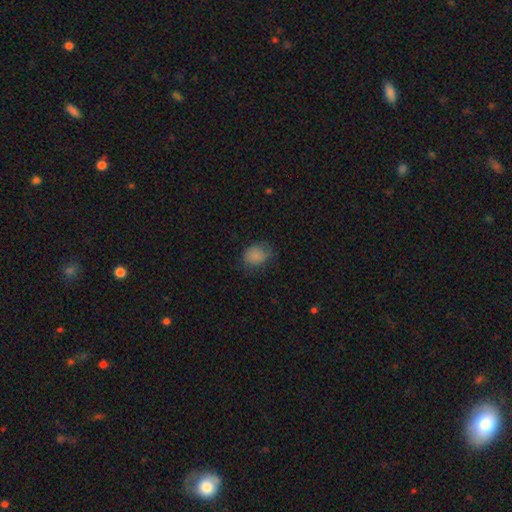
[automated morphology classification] Smooth or featured?
  - smooth: 84% *
  - star or artifact: 10%
  - featured or disk: 6%
How rounded?
  - round: 51% *
  - in between: 48%
  - cigar-shaped: 1%
Merging?
  - none: 69% *
  - minor disturbance: 23%
  - major disturbance: 7%
  - merger: 1%